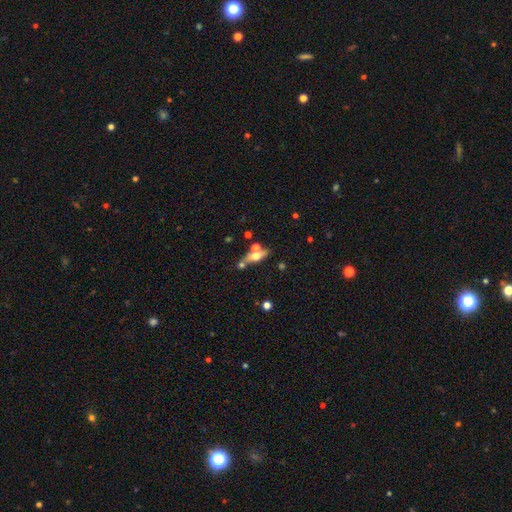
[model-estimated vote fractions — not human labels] Smooth or featured: featured or disk — 48% (smooth — 42%)
Merging: none — 51% (merger — 30%)